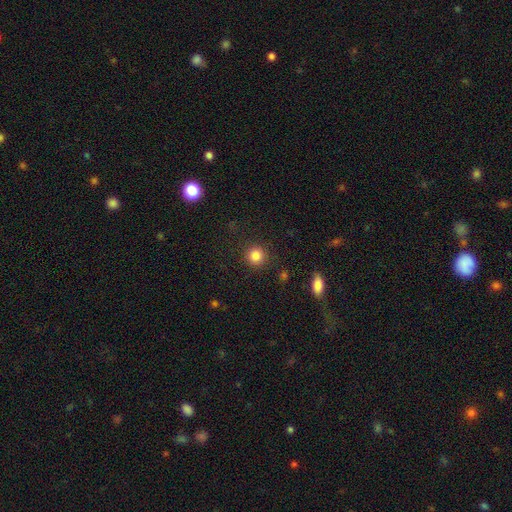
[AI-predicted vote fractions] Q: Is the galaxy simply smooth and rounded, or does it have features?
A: smooth — 85%.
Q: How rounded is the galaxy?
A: round — 93%.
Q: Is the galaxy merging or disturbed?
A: none — 89%.